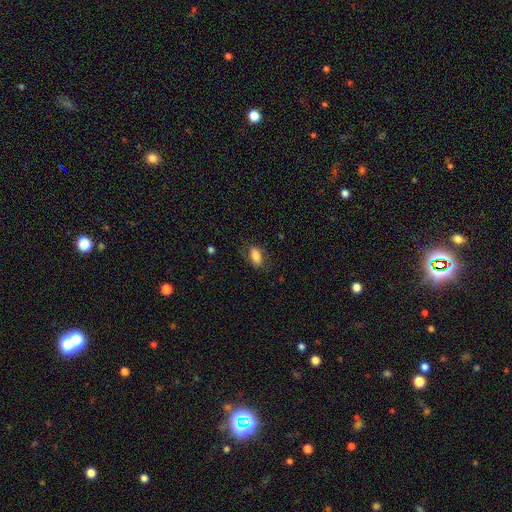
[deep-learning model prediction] This is likely a smooth galaxy (79%). How rounded: clearly in between (85%). Merging: likely none (73%).